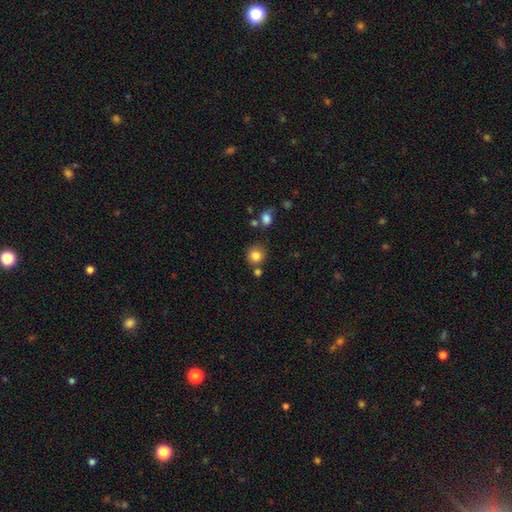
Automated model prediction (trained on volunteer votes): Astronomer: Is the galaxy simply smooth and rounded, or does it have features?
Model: smooth — 83%.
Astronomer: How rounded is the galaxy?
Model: round — 89%.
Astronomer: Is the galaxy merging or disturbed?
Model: none — 75%.